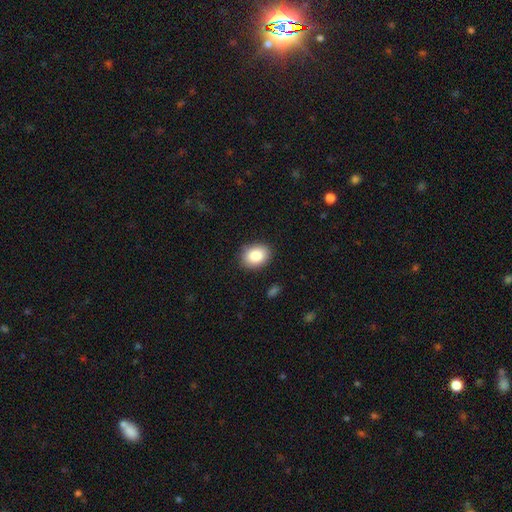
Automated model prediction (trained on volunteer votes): smooth-or-featured: smooth: 86% | star or artifact: 8% | featured or disk: 6%
  how-rounded: in between: 64% | round: 35% | cigar-shaped: 1%
  merging: none: 88% | minor disturbance: 9% | major disturbance: 2% | merger: 1%